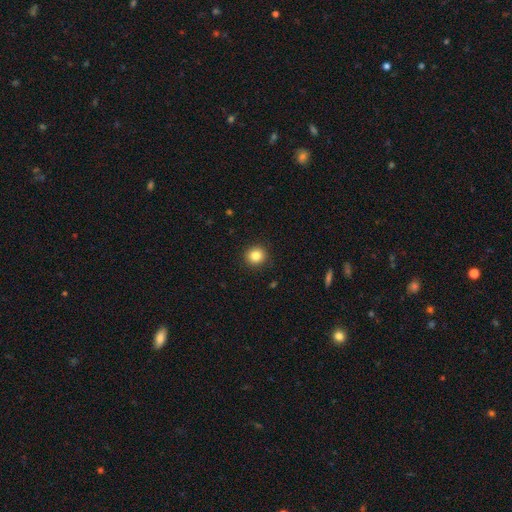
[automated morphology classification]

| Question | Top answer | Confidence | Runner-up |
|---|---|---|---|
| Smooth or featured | smooth | 84% | star or artifact (11%) |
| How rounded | round | 92% | in between (8%) |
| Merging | none | 92% | minor disturbance (6%) |